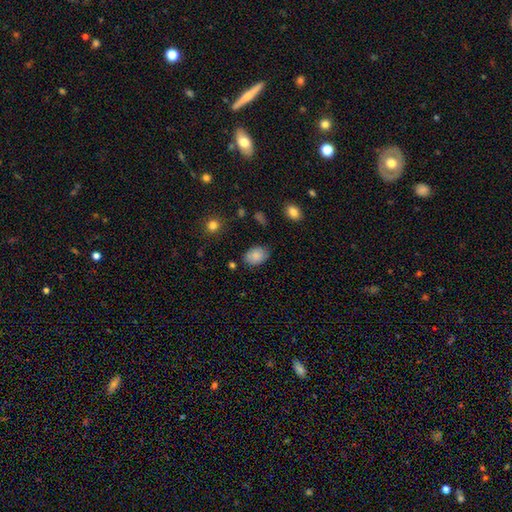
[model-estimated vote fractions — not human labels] This appears to be a smooth galaxy with no disk features (83%) that is in between round and cigar-shaped (84%). Merging: none (79%).